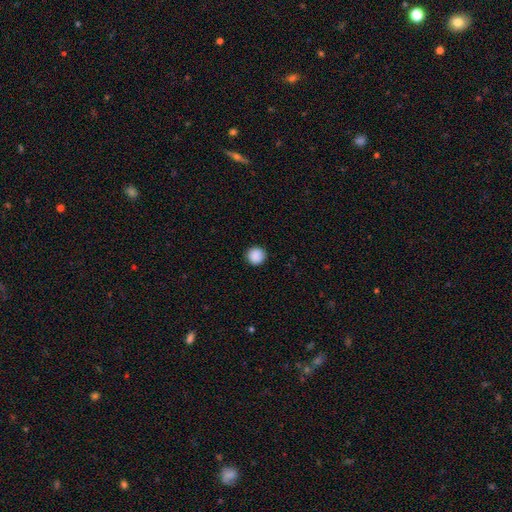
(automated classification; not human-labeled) Smooth or featured: smooth — 89% (star or artifact — 9%)
How rounded: round — 95% (in between — 4%)
Merging: none — 93% (minor disturbance — 5%)